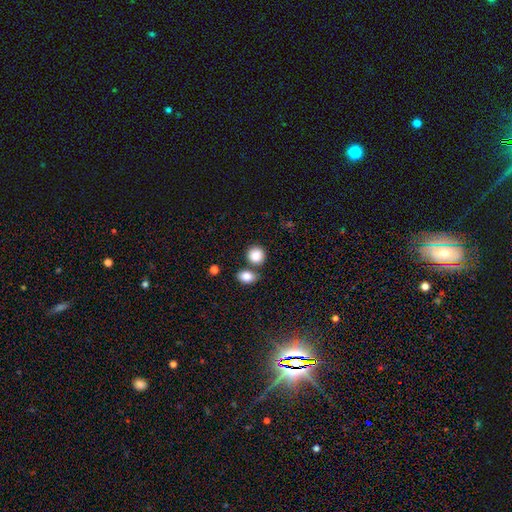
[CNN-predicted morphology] smooth_or_featured: smooth (p=0.86) [alt: star or artifact p=0.09]
how_rounded: round (p=0.79) [alt: in between p=0.20]
merging: none (p=0.68) [alt: merger p=0.18]